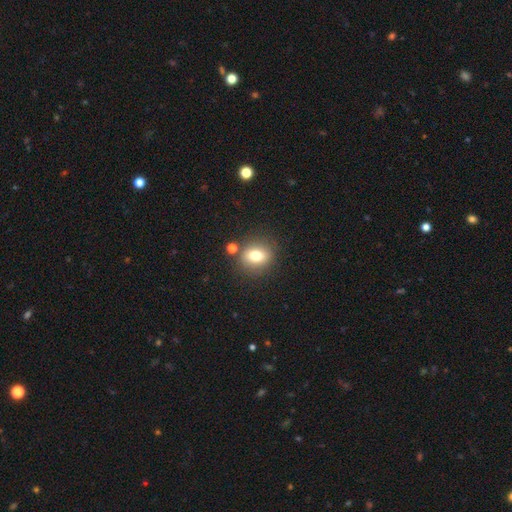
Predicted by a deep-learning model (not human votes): A smooth galaxy with no disk features (74%) that is round (65%). Merging: none (79%).